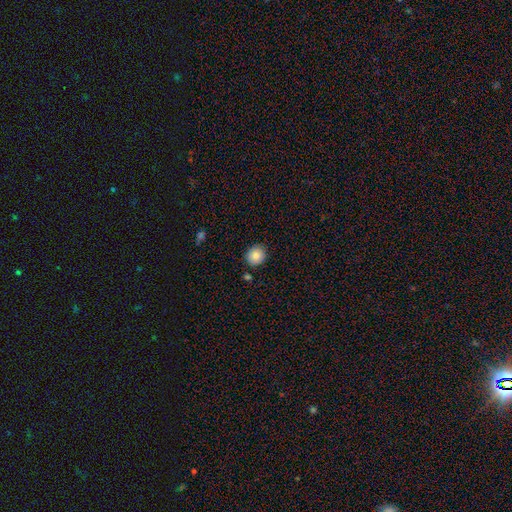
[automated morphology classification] This appears to be a smooth galaxy with no disk features (84%) that is round (81%). Merging: none (87%).